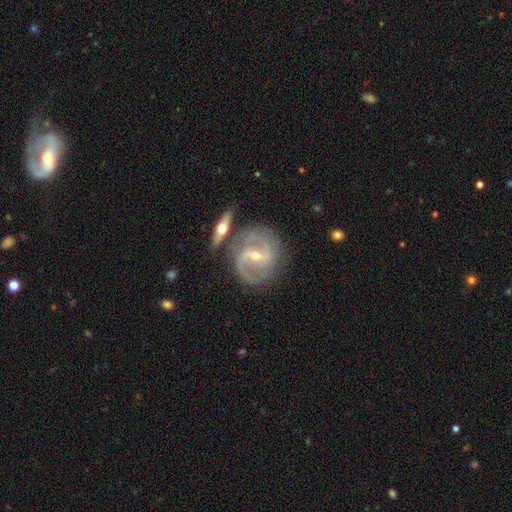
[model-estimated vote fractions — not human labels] Morphology: type=featured or disk (89%); edge-on=no (95%); bar=weak (42%); spiral arms=yes (96%); winding=medium (51%); arm count=2 (81%); bulge=small (56%); merging=none (66%).